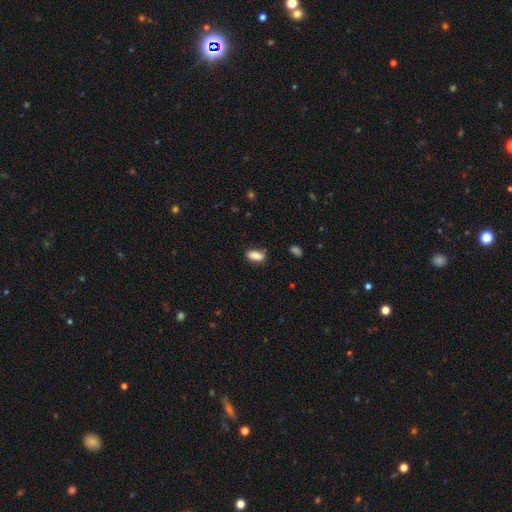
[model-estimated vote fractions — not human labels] smooth 85%, star or artifact 8%, featured or disk 7%. Down the decision tree: how rounded — in between (88%); merging — none (75%).